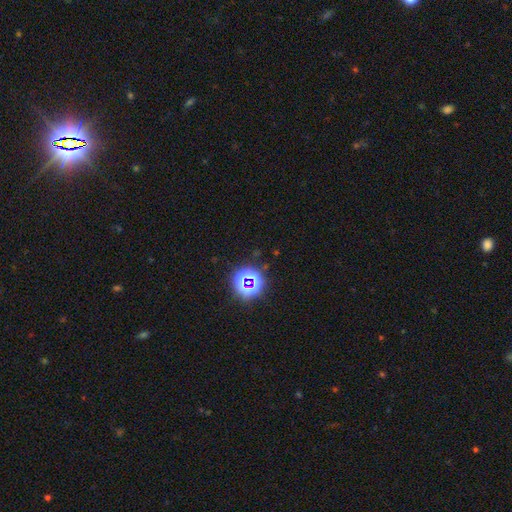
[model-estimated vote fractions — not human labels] This is likely a star or artifact rather than a galaxy (75%).